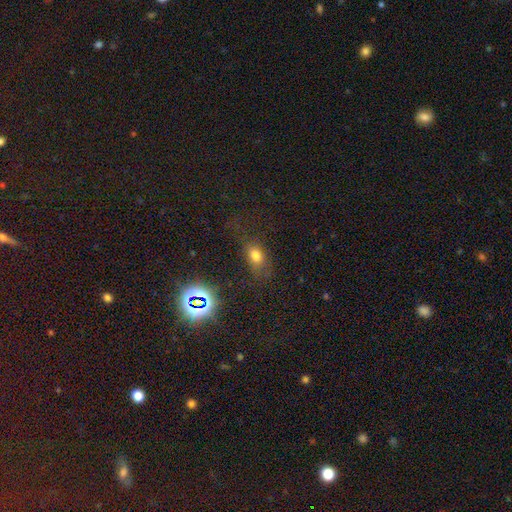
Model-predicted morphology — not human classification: type=smooth (68%); roundness=in between (73%); merging=none (64%).